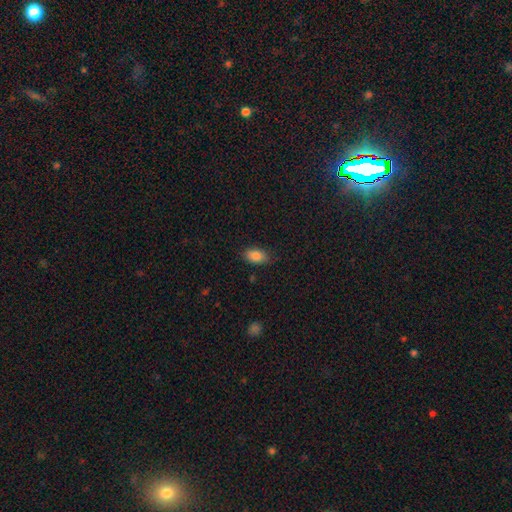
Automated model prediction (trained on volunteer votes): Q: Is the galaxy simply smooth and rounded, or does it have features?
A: smooth — 86%.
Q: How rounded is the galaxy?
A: in between — 91%.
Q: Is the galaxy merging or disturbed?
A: none — 80%.